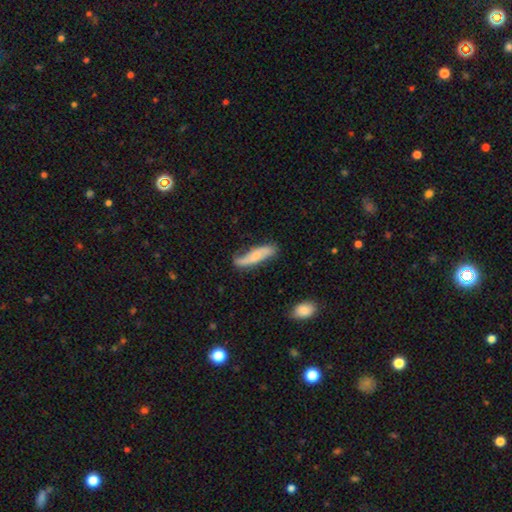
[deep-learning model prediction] The model was most divided on "smooth or featured": featured or disk: 48%, smooth: 46%, star or artifact: 6%. More confident: merging — none (63%).